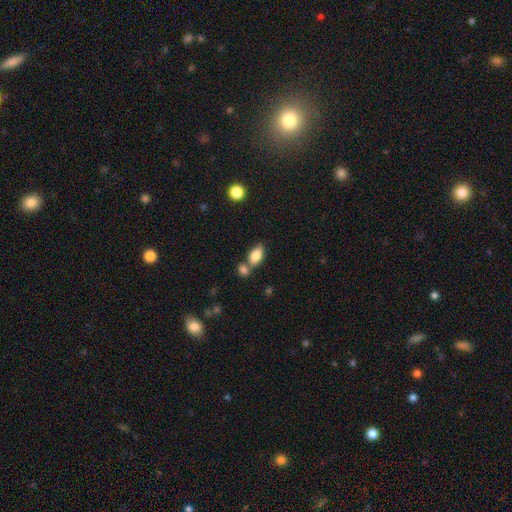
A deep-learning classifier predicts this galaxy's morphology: This is likely a smooth galaxy (79%). How rounded: clearly in between (87%). Merging: possibly none (53%).